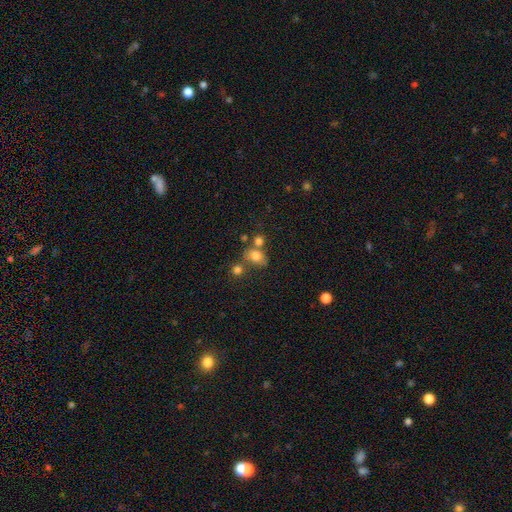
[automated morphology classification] Overall: smooth (75%). How rounded: in between (50%; round 48%). Merging: none (45%; merger 32%).